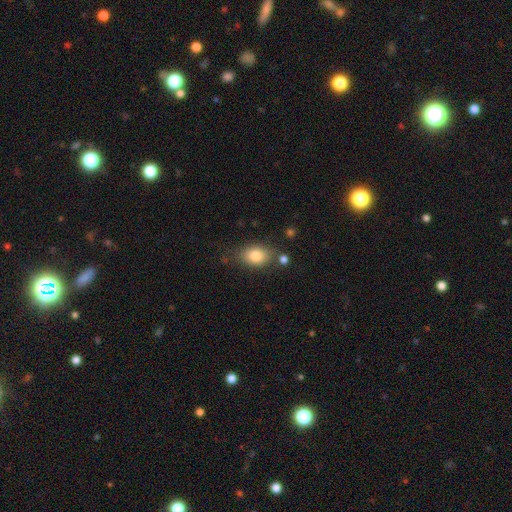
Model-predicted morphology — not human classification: Q: Smooth or featured?
A: smooth (81%); runner-up: featured or disk (10%)
Q: How rounded?
A: in between (79%); runner-up: round (20%)
Q: Merging?
A: none (73%); runner-up: minor disturbance (16%)